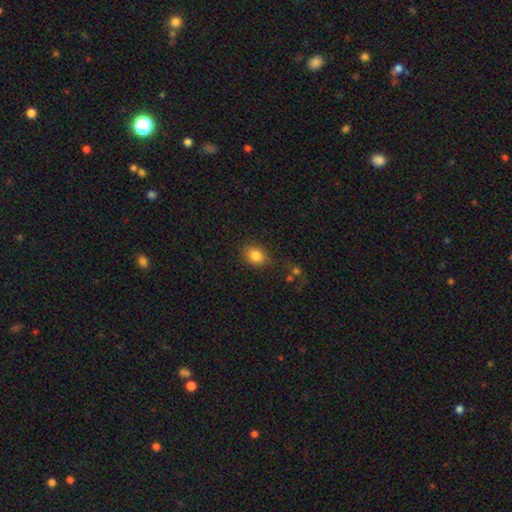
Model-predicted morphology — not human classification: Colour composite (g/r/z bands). It shows a smooth galaxy with no disk features (84%) that is in between round and cigar-shaped (58%). Merging: none (78%).